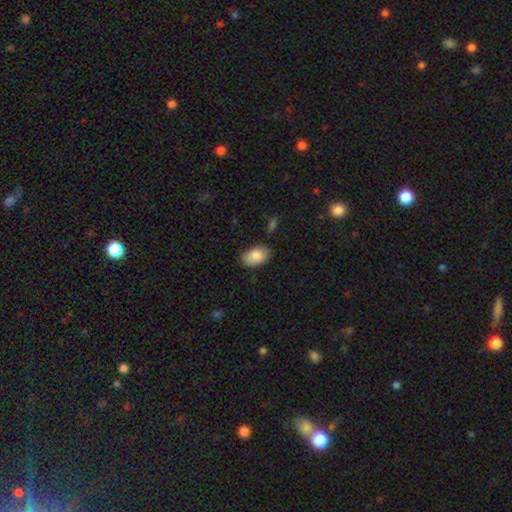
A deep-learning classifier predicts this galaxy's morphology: A smooth galaxy with no disk features (86%) that is in between round and cigar-shaped (92%).

Vote fractions:
- Smooth or featured? smooth: 86% / featured or disk: 8% / star or artifact: 6%
- How rounded? in between: 92% / round: 7% / cigar-shaped: 1%
- Merging? none: 81% / minor disturbance: 14% / major disturbance: 3% / merger: 2%